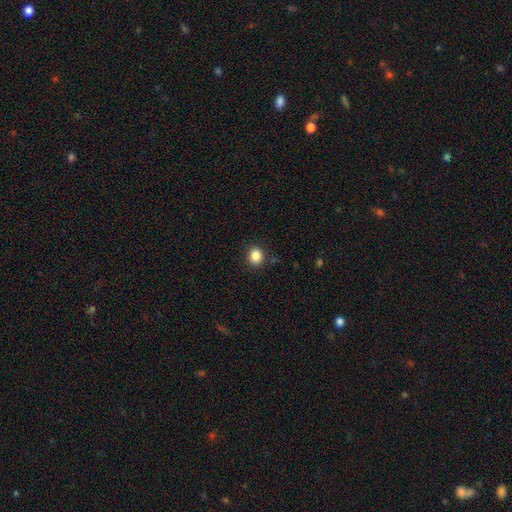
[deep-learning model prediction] Smooth or featured? smooth (85%)
How rounded? round (78%)
Merging? none (89%)